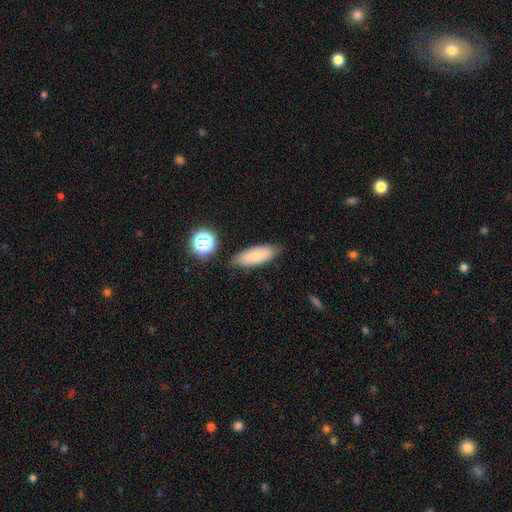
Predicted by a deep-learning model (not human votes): smooth 76%, featured or disk 15%, star or artifact 9%. Down the decision tree: how rounded — in between (73%); merging — none (80%).